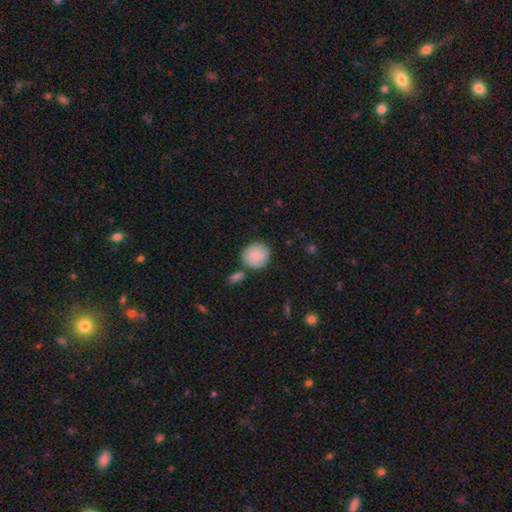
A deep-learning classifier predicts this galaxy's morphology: smooth-or-featured: smooth: 82% | featured or disk: 11% | star or artifact: 6%
  how-rounded: round: 87% | in between: 12% | cigar-shaped: 1%
  merging: none: 71% | minor disturbance: 15% | merger: 10% | major disturbance: 4%